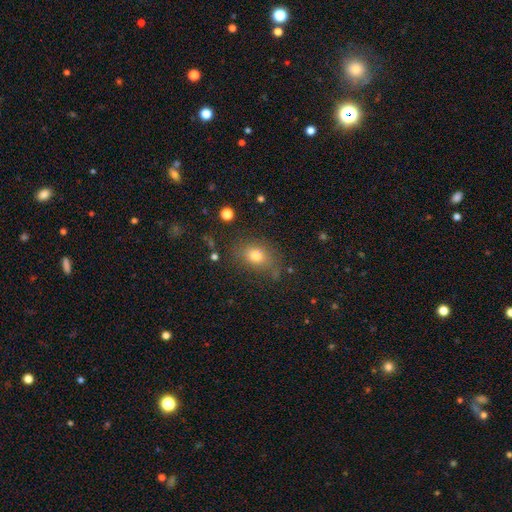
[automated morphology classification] type=smooth (75%); roundness=in between (65%); merging=none (74%).